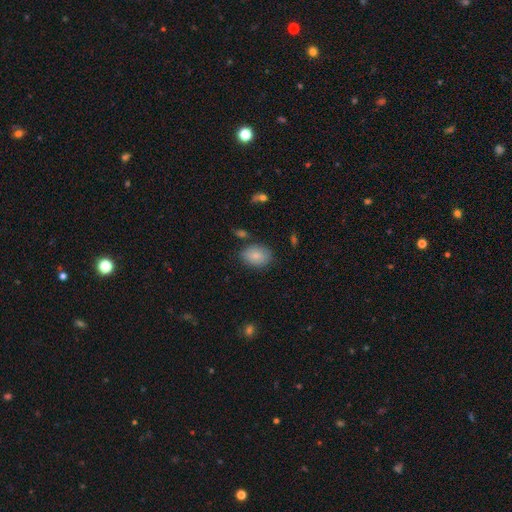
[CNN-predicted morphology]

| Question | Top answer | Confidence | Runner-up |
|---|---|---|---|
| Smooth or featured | smooth | 83% | featured or disk (10%) |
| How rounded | in between | 77% | round (21%) |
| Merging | none | 77% | minor disturbance (16%) |